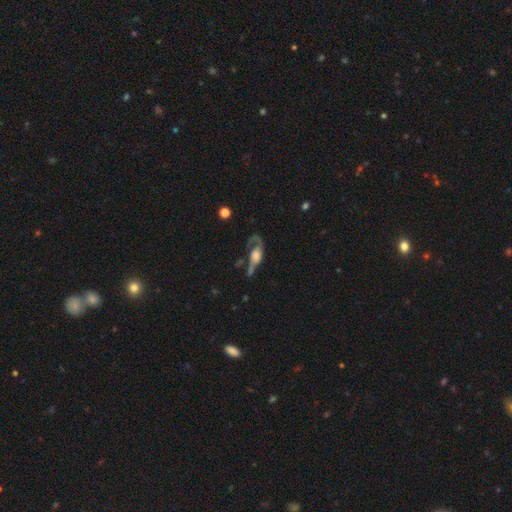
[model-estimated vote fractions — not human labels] The model was most divided on "bulge size": large: 41%, moderate: 25%, small: 13%, none: 12%, dominant: 8%. Remaining: edge-on disk — no (83%); spiral arms — yes (73%); bar — no (70%); smooth or featured — featured or disk (65%); merging — major disturbance (44%).